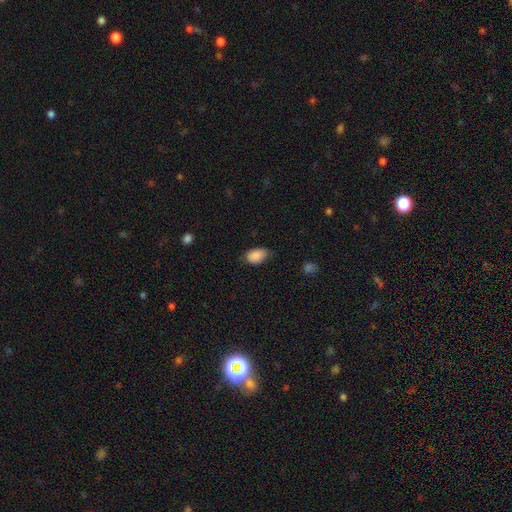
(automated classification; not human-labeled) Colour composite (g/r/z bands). It shows a smooth galaxy with no disk features (89%) that is in between round and cigar-shaped (90%). Merging: none (69%).